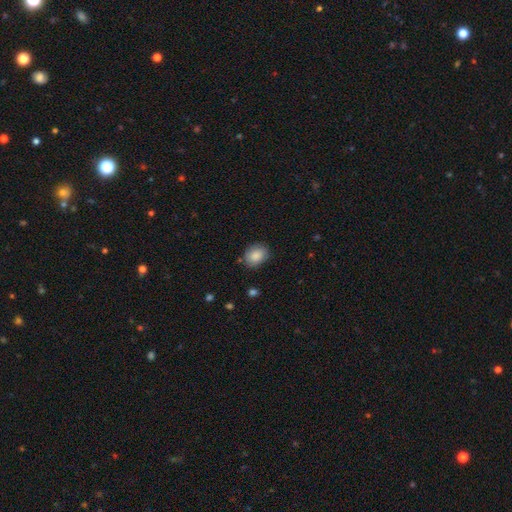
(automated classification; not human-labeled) smooth 87%, star or artifact 7%, featured or disk 6%. Down the decision tree: how rounded — in between (66%); merging — none (80%).